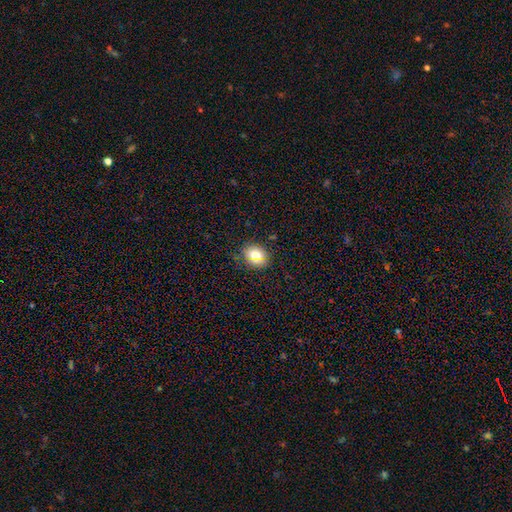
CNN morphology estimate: smooth-or-featured: smooth: 75% | star or artifact: 13% | featured or disk: 12%
  how-rounded: round: 61% | in between: 38% | cigar-shaped: 1%
  merging: none: 84% | minor disturbance: 11% | major disturbance: 3% | merger: 1%